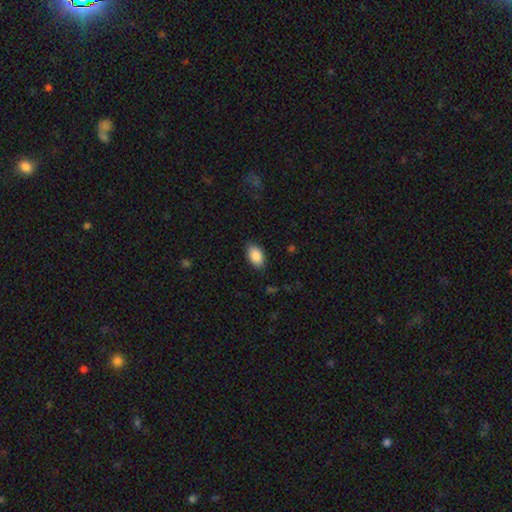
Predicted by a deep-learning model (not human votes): The model was most divided on "merging": none: 85%, minor disturbance: 12%, major disturbance: 3%, merger: 1%. More confident: how rounded — in between (92%); smooth or featured — smooth (89%).